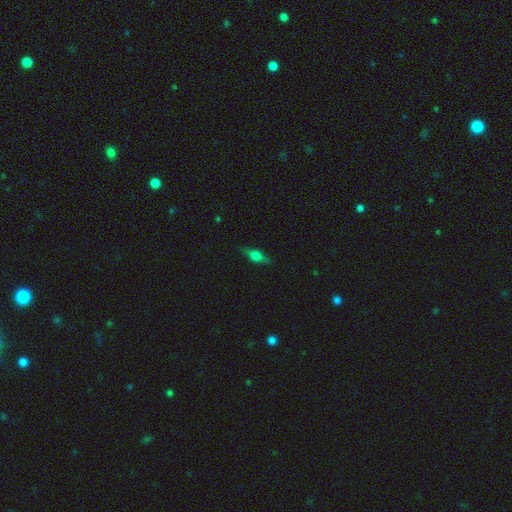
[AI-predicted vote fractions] This is possibly a featured or disk galaxy (53%). It is clearly viewed edge-on (93%). Merging: clearly none (84%).